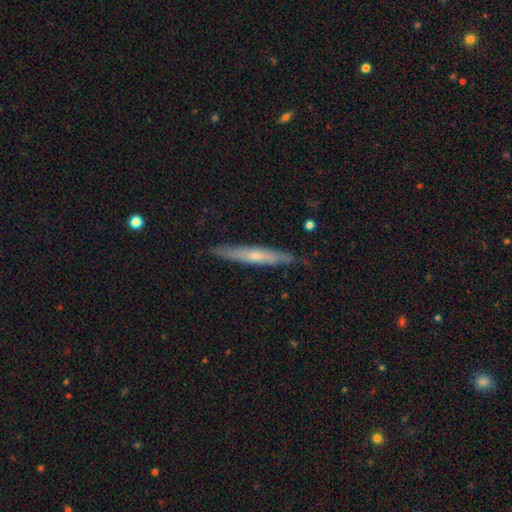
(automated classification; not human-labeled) smooth-or-featured: featured or disk: 52% | smooth: 42% | star or artifact: 6%
  disk-edge-on: yes: 89% | no: 11%
  merging: none: 84% | minor disturbance: 13% | major disturbance: 2% | merger: 1%